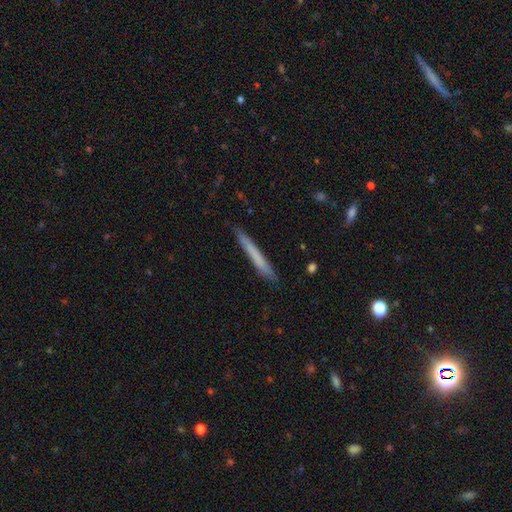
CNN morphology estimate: Smooth or featured?
  - smooth: 65% *
  - featured or disk: 29%
  - star or artifact: 6%
How rounded?
  - cigar-shaped: 97% *
  - in between: 2%
  - round: 1%
Merging?
  - none: 87% *
  - minor disturbance: 10%
  - major disturbance: 2%
  - merger: 1%